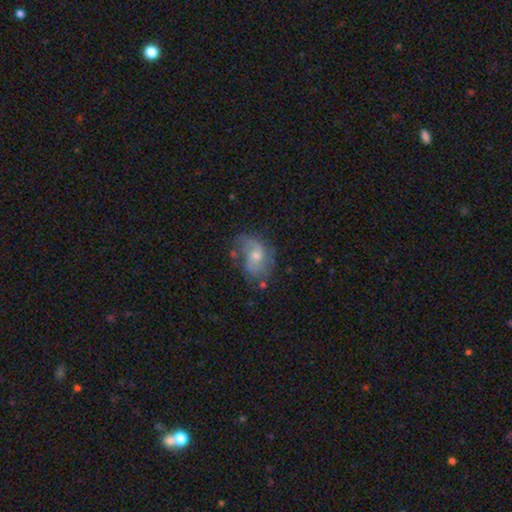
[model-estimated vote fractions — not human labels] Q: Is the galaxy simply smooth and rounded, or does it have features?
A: featured or disk — 61%.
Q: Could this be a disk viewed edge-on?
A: no — 97%.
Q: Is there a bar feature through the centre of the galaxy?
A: no — 68%.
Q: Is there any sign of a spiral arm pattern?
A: yes — 79%.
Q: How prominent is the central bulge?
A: moderate — 52%.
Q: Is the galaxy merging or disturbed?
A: none — 47%.